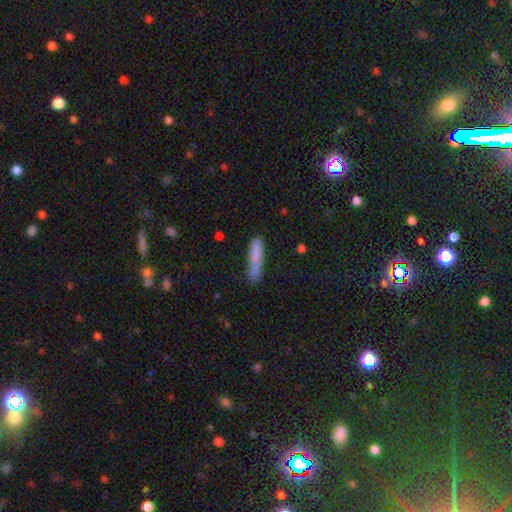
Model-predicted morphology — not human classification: A smooth galaxy with no disk features (80%) that is cigar-shaped (88%).

Vote fractions:
- Smooth or featured? smooth: 80% / featured or disk: 13% / star or artifact: 7%
- How rounded? cigar-shaped: 88% / in between: 10% / round: 1%
- Merging? none: 66% / minor disturbance: 24% / major disturbance: 6% / merger: 5%